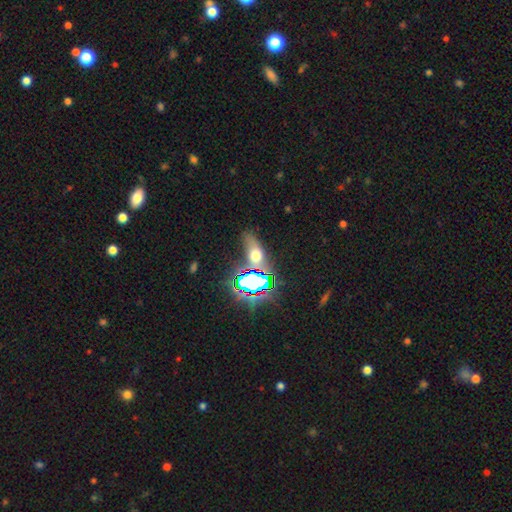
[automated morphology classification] smooth_or_featured: smooth (p=0.45) [alt: star or artifact p=0.33]
merging: none (p=0.63) [alt: minor disturbance p=0.18]